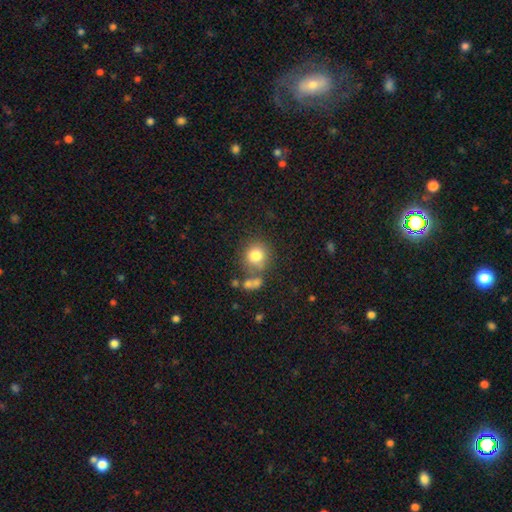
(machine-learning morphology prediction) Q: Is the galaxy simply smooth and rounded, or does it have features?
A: smooth — 79%.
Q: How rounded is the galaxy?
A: round — 86%.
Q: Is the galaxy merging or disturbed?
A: none — 62%.